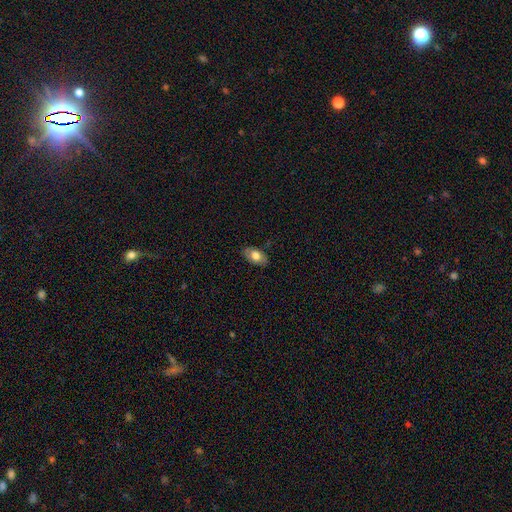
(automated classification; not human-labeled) The model was most divided on "smooth or featured": smooth: 71%, featured or disk: 22%, star or artifact: 7%. More confident: how rounded — in between (91%); merging — none (81%).